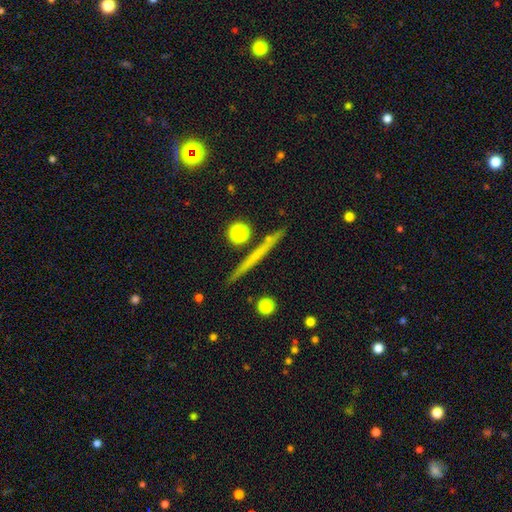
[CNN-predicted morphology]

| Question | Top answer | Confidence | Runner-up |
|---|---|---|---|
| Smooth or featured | featured or disk | 46% | smooth (45%) |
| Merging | none | 89% | minor disturbance (7%) |